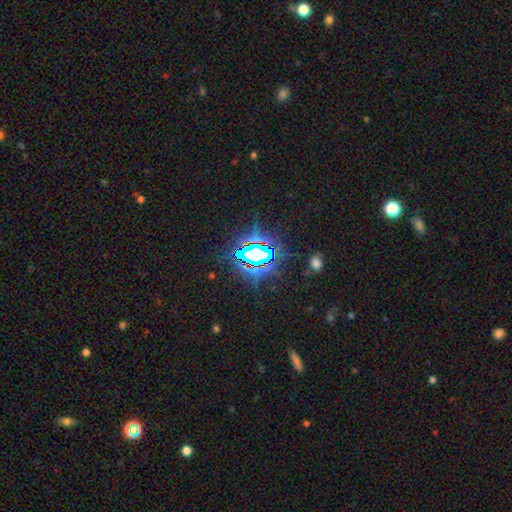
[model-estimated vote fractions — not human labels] Smooth or featured? star or artifact (76%)